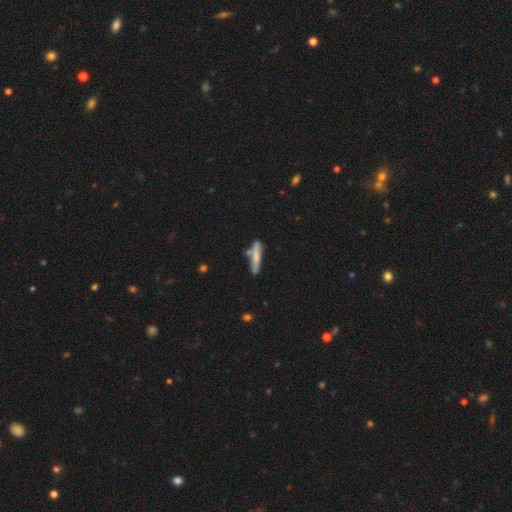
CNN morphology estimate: A smooth galaxy with no disk features (70%) that is cigar-shaped (88%).

Vote fractions:
- Smooth or featured? smooth: 70% / featured or disk: 24% / star or artifact: 6%
- How rounded? cigar-shaped: 88% / in between: 10% / round: 2%
- Merging? none: 67% / minor disturbance: 18% / merger: 11% / major disturbance: 4%